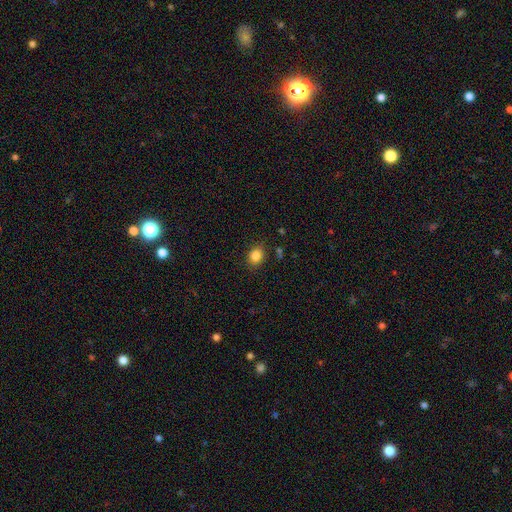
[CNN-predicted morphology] smooth_or_featured: smooth (p=0.85) [alt: star or artifact p=0.10]
how_rounded: round (p=0.52) [alt: in between p=0.47]
merging: none (p=0.84) [alt: minor disturbance p=0.11]